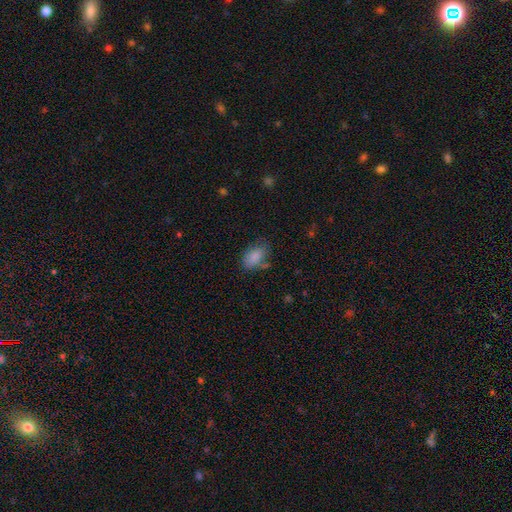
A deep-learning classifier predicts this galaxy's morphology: Overall: smooth (84%). How rounded: in between (90%). Merging: none (65%).